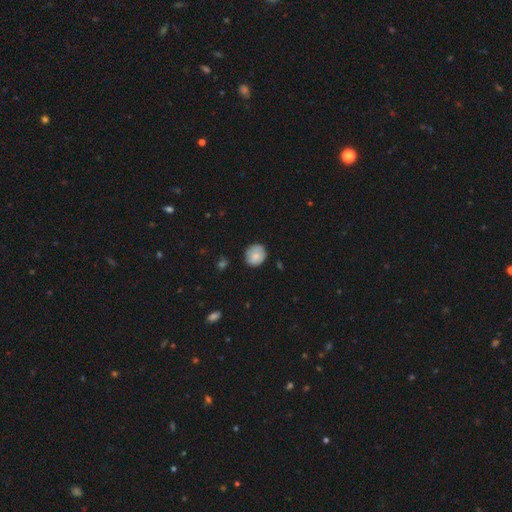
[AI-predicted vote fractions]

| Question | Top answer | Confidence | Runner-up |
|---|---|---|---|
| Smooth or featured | smooth | 80% | featured or disk (13%) |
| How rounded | round | 80% | in between (19%) |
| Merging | none | 77% | minor disturbance (19%) |